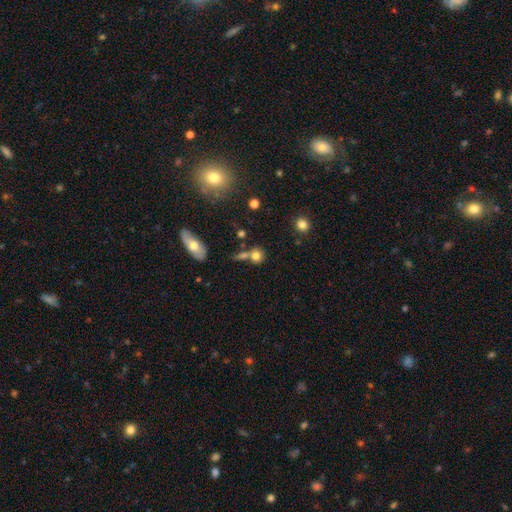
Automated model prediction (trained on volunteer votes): A smooth galaxy with no disk features (76%) that is round (80%).

Vote fractions:
- Smooth or featured? smooth: 76% / star or artifact: 13% / featured or disk: 11%
- How rounded? round: 80% / in between: 17% / cigar-shaped: 3%
- Merging? none: 51% / merger: 33% / minor disturbance: 11% / major disturbance: 5%